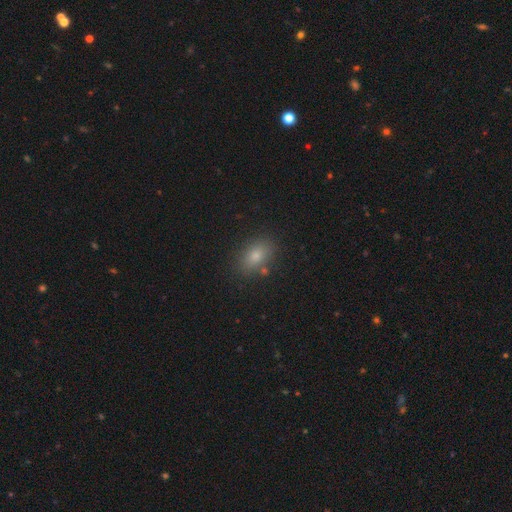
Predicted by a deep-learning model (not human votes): The model was most divided on "smooth or featured": smooth: 76%, star or artifact: 14%, featured or disk: 10%. More confident: merging — none (83%); how rounded — in between (80%).